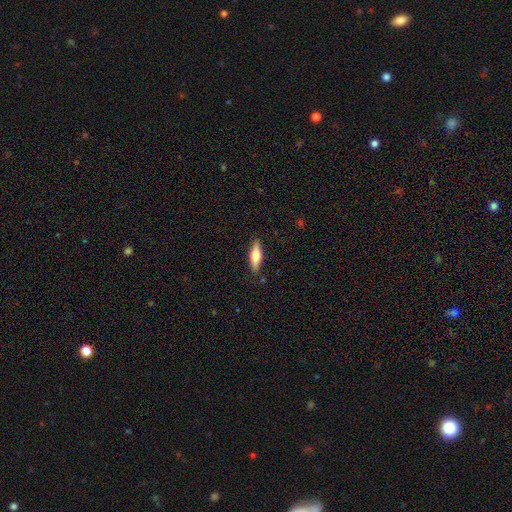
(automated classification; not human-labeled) Smooth or featured? Predicted: smooth (p=0.59). How rounded? Predicted: cigar-shaped (p=0.53). Merging? Predicted: none (p=0.85).